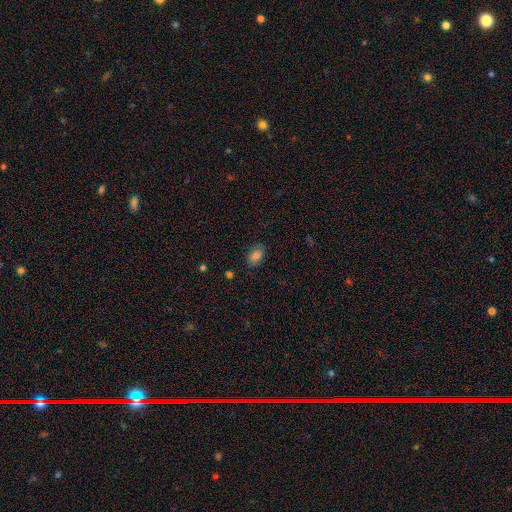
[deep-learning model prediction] Smooth or featured: smooth — 83% (star or artifact — 10%)
How rounded: in between — 87% (round — 11%)
Merging: none — 83% (minor disturbance — 13%)